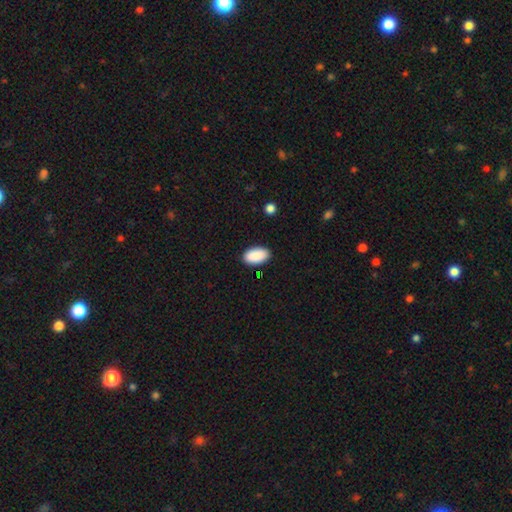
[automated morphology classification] Overall: smooth (91%). How rounded: in between (95%). Merging: none (89%).